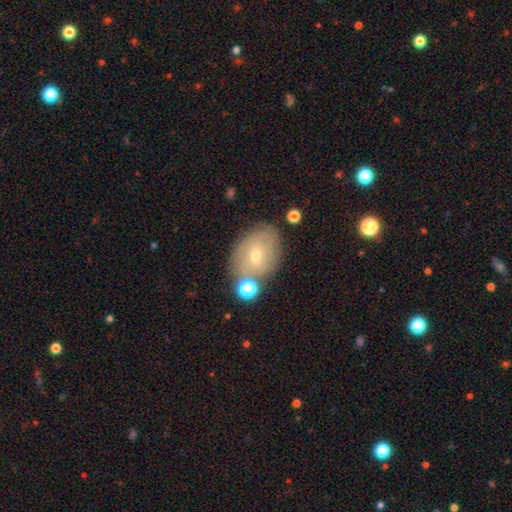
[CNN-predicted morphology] A featured or disk galaxy (46%). Merging: none (71%).